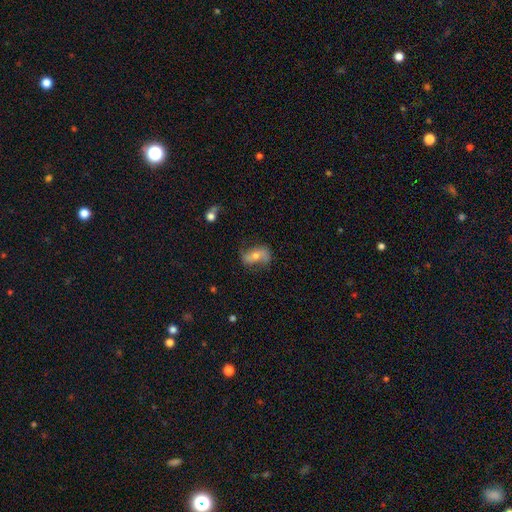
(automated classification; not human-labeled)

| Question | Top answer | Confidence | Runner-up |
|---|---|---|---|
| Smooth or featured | featured or disk | 66% | smooth (26%) |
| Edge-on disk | no | 94% | yes (6%) |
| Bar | no | 51% | weak (31%) |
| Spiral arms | yes | 88% | no (12%) |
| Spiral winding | loose | 69% | medium (24%) |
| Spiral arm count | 2 | 90% | can't tell (4%) |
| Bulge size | moderate | 61% | small (31%) |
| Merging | none | 70% | minor disturbance (19%) |